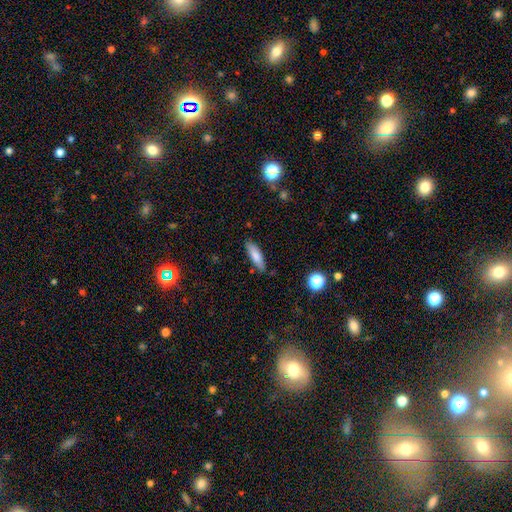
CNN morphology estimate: The model was most divided on "how rounded": cigar-shaped: 56%, in between: 43%, round: 2%. More confident: merging — none (83%); smooth or featured — smooth (80%).